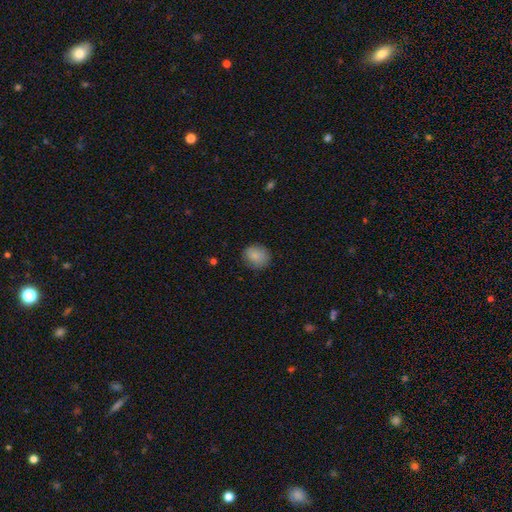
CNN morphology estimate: smooth_or_featured: smooth (p=0.85) [alt: star or artifact p=0.08]
how_rounded: round (p=0.64) [alt: in between p=0.35]
merging: none (p=0.81) [alt: minor disturbance p=0.15]